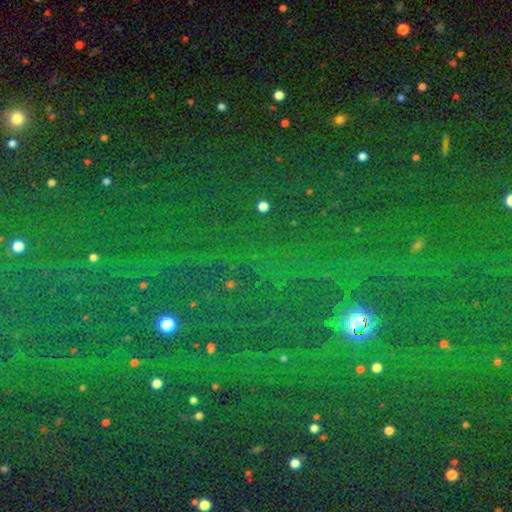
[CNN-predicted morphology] Q: Smooth or featured?
A: star or artifact (82%); runner-up: smooth (10%)